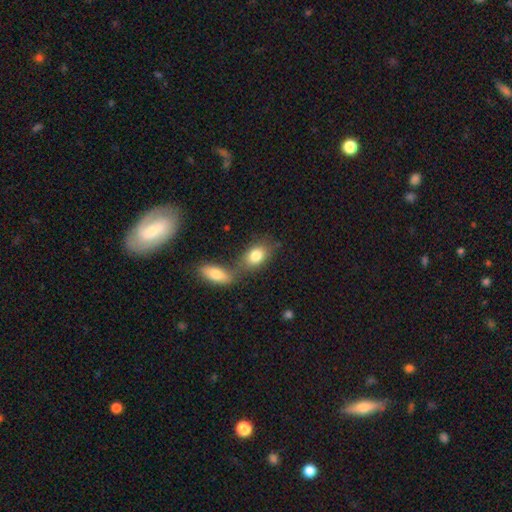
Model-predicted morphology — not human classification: type=smooth (81%); roundness=in between (80%); merging=merger (46%).